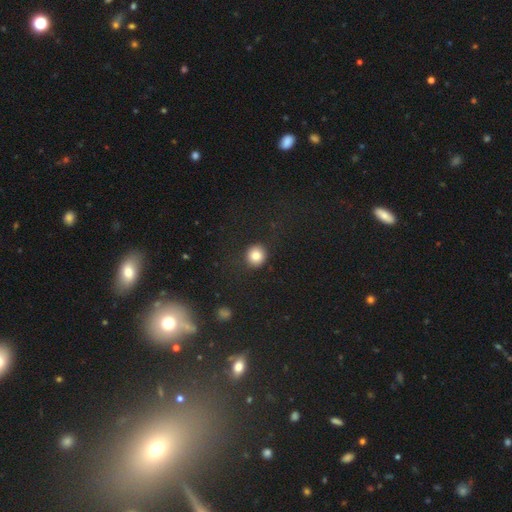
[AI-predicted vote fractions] This is clearly a smooth galaxy (83%). How rounded: clearly round (90%). Merging: clearly none (88%).